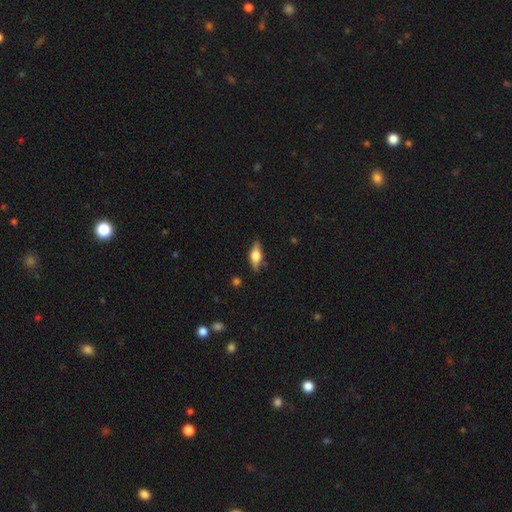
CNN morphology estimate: This is possibly a featured or disk galaxy (53%). It is clearly viewed edge-on (92%). Merging: clearly none (82%).